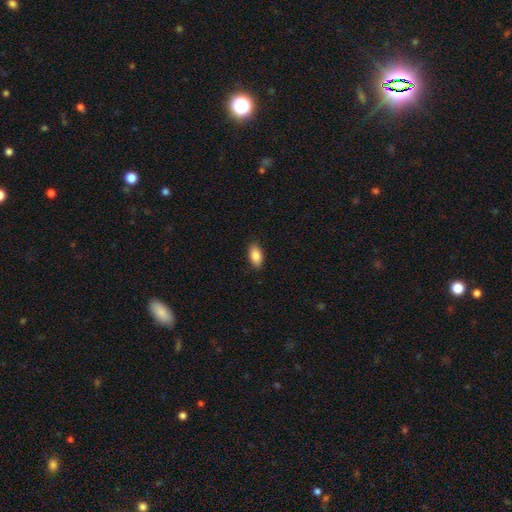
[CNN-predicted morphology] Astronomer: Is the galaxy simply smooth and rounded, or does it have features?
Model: smooth — 87%.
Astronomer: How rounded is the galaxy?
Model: in between — 92%.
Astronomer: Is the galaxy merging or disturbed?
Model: none — 88%.